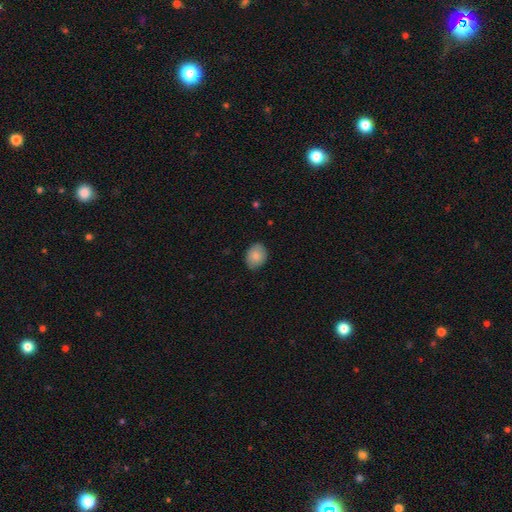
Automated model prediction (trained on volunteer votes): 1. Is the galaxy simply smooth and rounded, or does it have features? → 85% smooth, 8% featured or disk, 7% star or artifact.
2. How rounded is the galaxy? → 58% in between, 41% round, 1% cigar-shaped.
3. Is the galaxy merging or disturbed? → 82% none, 14% minor disturbance, 2% major disturbance, 1% merger.